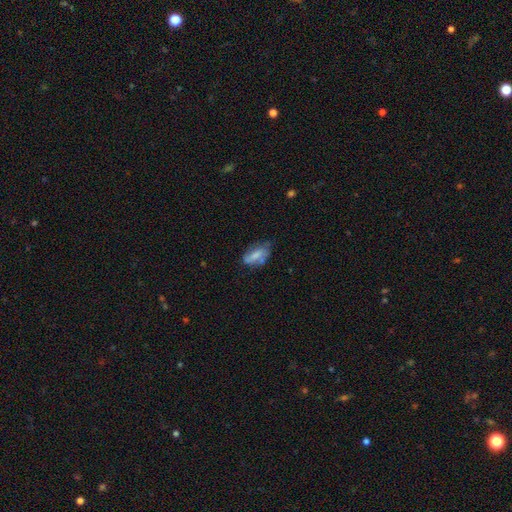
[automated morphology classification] smooth 63%, featured or disk 29%, star or artifact 8%. Down the decision tree: how rounded — in between (83%); merging — none (48%).